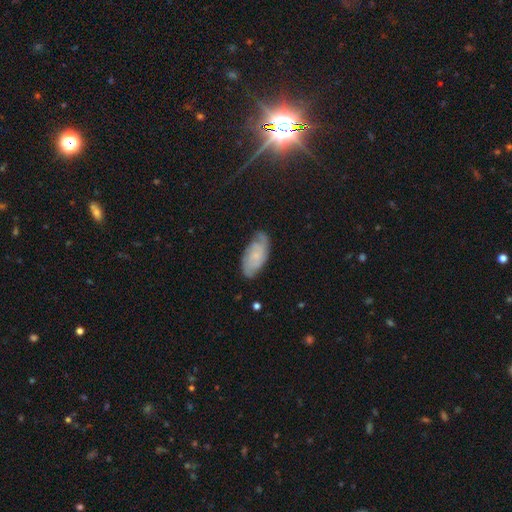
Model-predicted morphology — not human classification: Smooth or featured? featured or disk (61%)
Edge-on disk? no (93%)
Bar? no (71%)
Spiral arms? yes (91%)
Spiral winding? tight (54%)
Spiral arm count? 2 (42%)
Bulge size? small (61%)
Merging? none (70%)